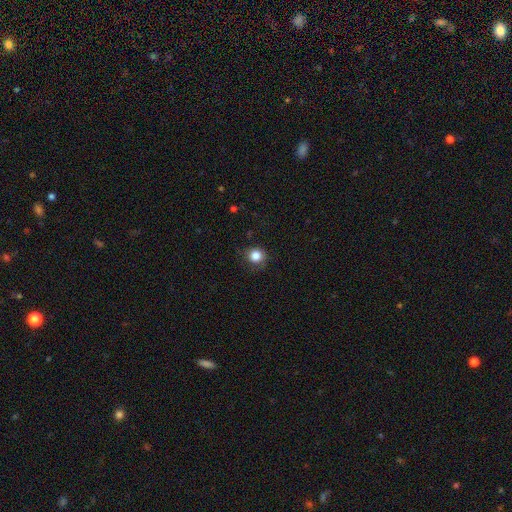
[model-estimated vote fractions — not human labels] This appears to be a smooth galaxy with no disk features (84%) that is round (88%). Merging: none (75%).